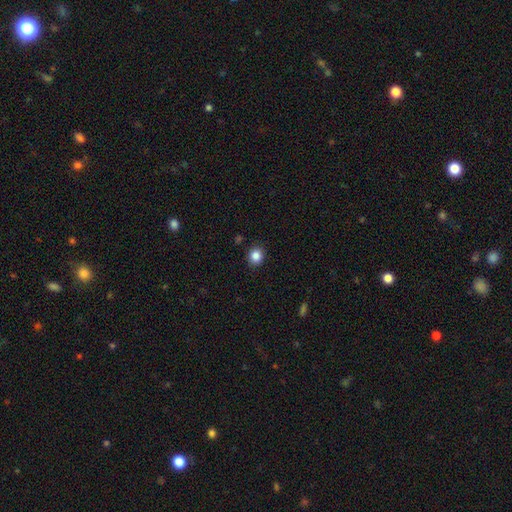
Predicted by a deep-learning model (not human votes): This is clearly a smooth galaxy (85%). How rounded: likely round (78%). Merging: clearly none (90%).